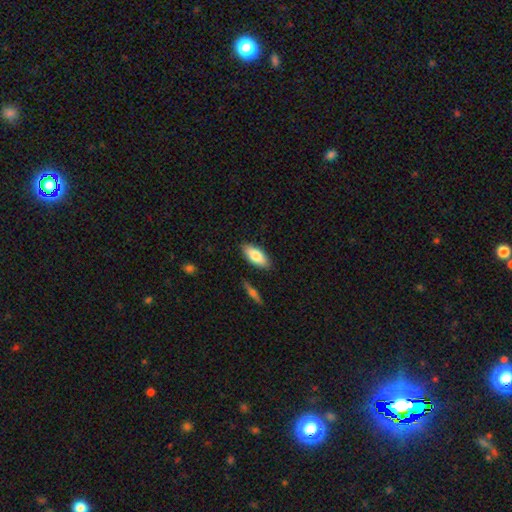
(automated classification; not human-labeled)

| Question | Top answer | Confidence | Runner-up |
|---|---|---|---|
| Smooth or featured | smooth | 80% | featured or disk (14%) |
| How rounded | in between | 86% | cigar-shaped (12%) |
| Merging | none | 86% | minor disturbance (10%) |